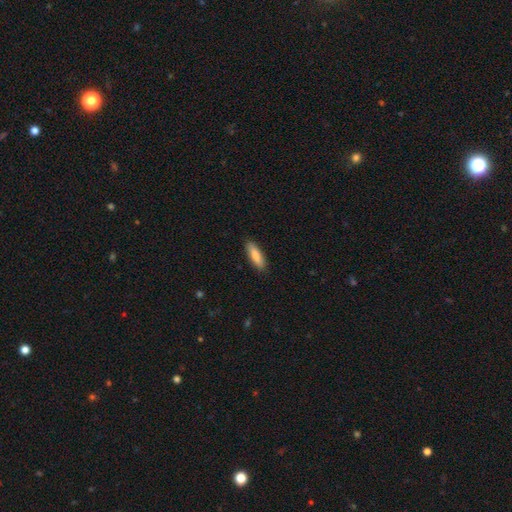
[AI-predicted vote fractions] A smooth galaxy with no disk features (83%) that is cigar-shaped (53%).

Vote fractions:
- Smooth or featured? smooth: 83% / featured or disk: 11% / star or artifact: 6%
- How rounded? cigar-shaped: 53% / in between: 45% / round: 2%
- Merging? none: 88% / minor disturbance: 9% / major disturbance: 2% / merger: 1%